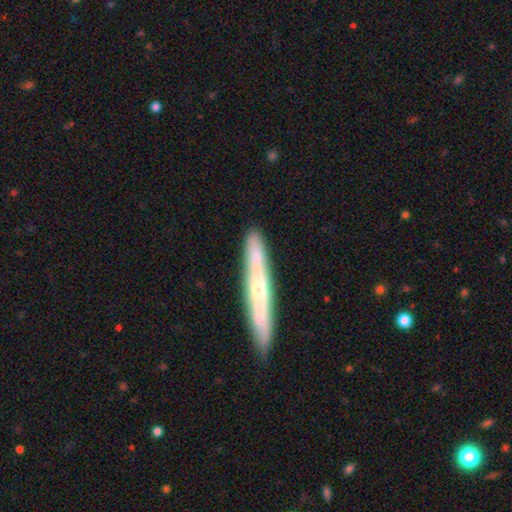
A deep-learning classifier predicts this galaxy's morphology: Overall: smooth (52%; featured or disk 40%). How rounded: cigar-shaped (86%). Merging: none (78%).